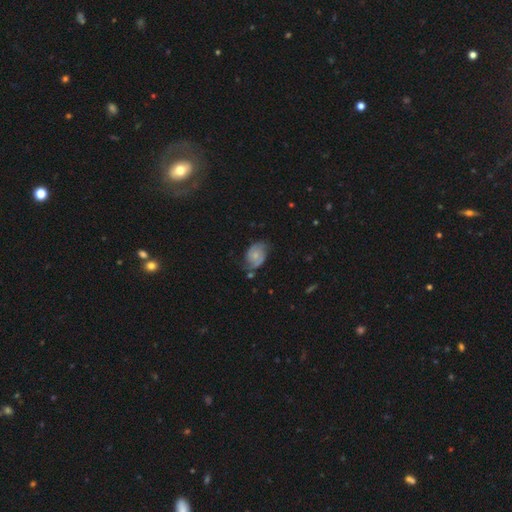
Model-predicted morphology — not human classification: Smooth or featured? featured or disk (65%)
Edge-on disk? no (97%)
Bar? no (69%)
Spiral arms? yes (90%)
Spiral winding? medium (43%)
Spiral arm count? 2 (78%)
Bulge size? small (56%)
Merging? none (58%)